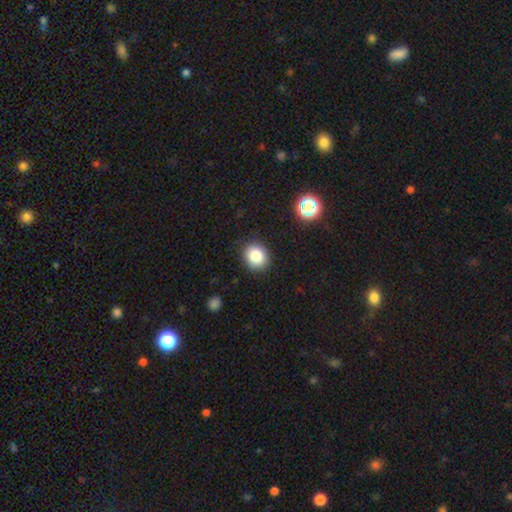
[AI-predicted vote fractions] smooth-or-featured: smooth: 83% | star or artifact: 11% | featured or disk: 6%
  how-rounded: round: 72% | in between: 27% | cigar-shaped: 1%
  merging: none: 88% | minor disturbance: 8% | major disturbance: 2% | merger: 1%